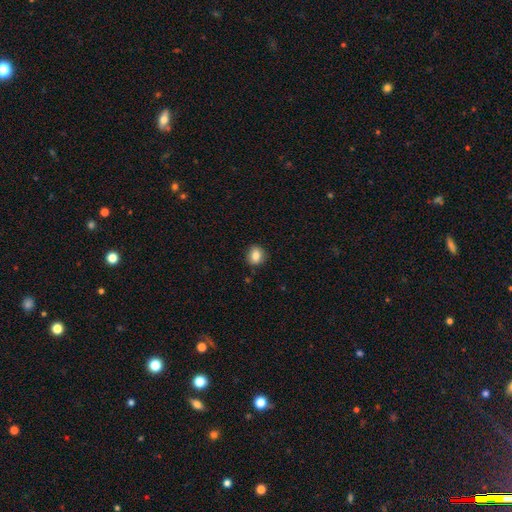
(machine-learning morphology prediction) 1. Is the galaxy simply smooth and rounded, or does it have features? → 84% smooth, 9% star or artifact, 7% featured or disk.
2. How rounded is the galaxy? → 59% round, 40% in between, 1% cigar-shaped.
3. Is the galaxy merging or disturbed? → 85% none, 11% minor disturbance, 2% major disturbance, 1% merger.